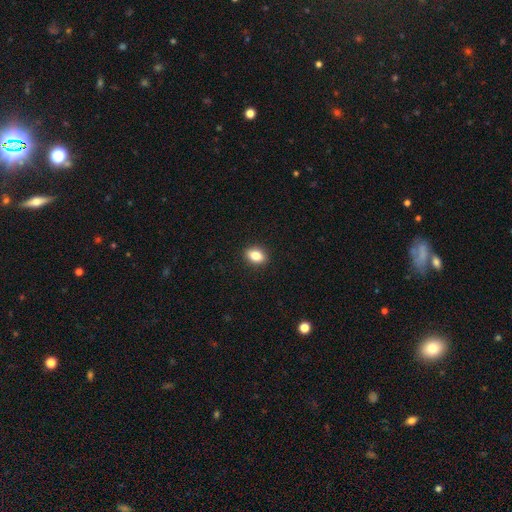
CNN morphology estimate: type=smooth (82%); roundness=in between (75%); merging=none (91%).